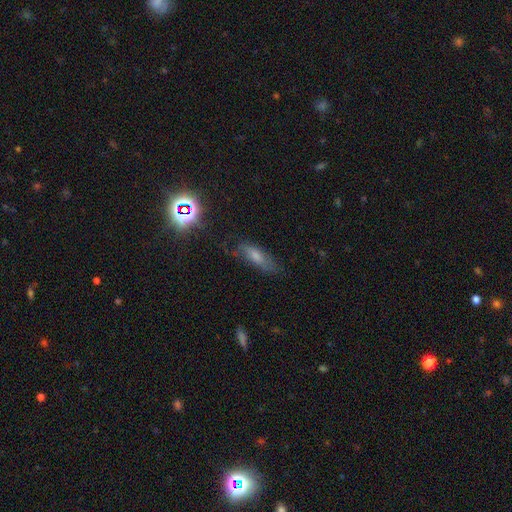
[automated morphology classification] This appears to be a smooth galaxy with no disk features (55%) that is in between round and cigar-shaped (60%). Merging: none (61%).